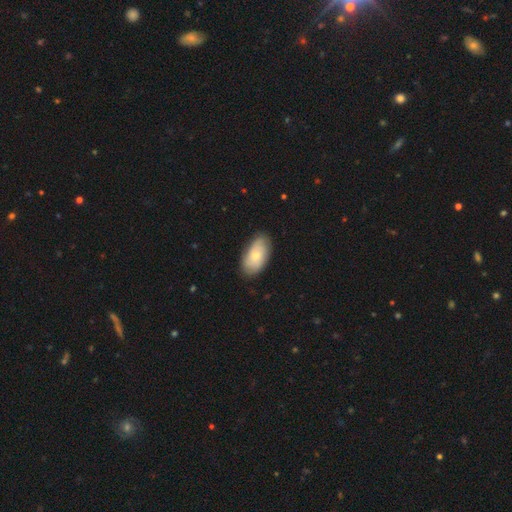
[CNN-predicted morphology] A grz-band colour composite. It shows a smooth galaxy with no disk features (66%) that is in between round and cigar-shaped (94%). Merging: none (79%).